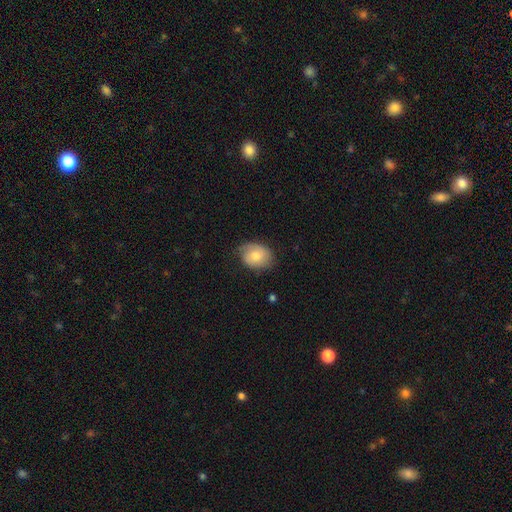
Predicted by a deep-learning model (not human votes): A smooth galaxy with no disk features (65%) that is in between round and cigar-shaped (62%).

Vote fractions:
- Smooth or featured? smooth: 65% / featured or disk: 28% / star or artifact: 7%
- How rounded? in between: 62% / round: 38% / cigar-shaped: 1%
- Merging? none: 68% / minor disturbance: 25% / major disturbance: 6% / merger: 1%